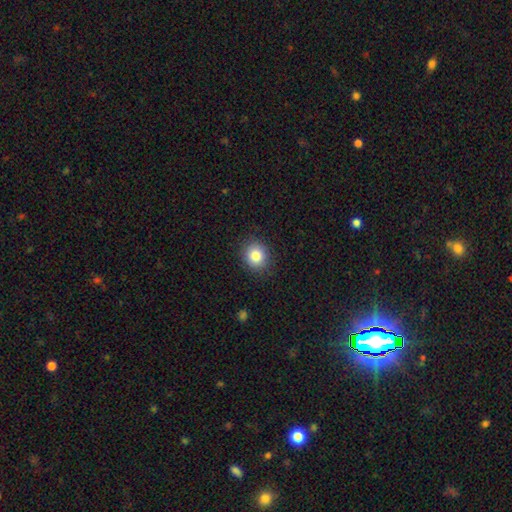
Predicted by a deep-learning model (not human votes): This appears to be a smooth galaxy with no disk features (84%) that is round (80%). Merging: none (89%).